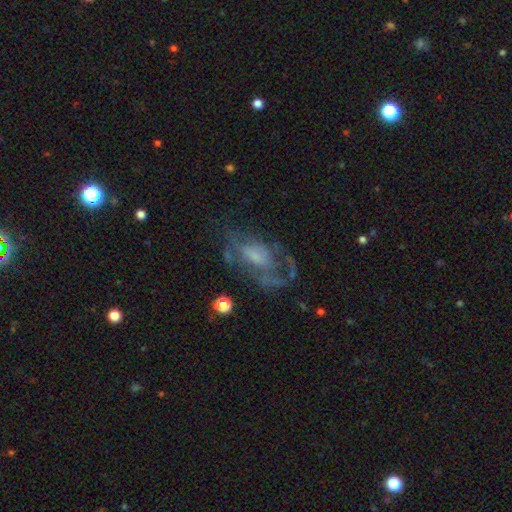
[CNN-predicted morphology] A featured or disk galaxy (70%) with no bar (59%), spiral arms (67%) and a small central bulge (38%). Merging: none (45%).